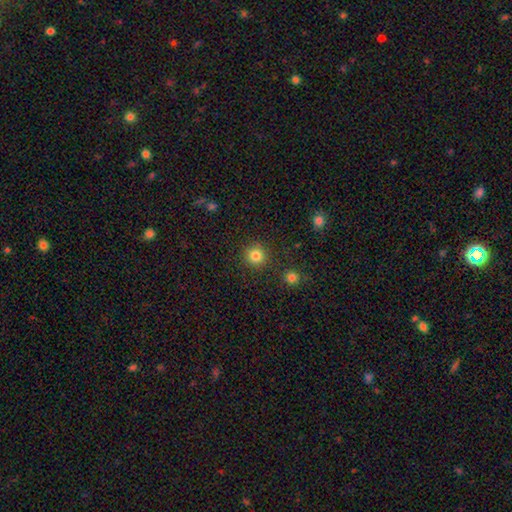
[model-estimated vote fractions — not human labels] smooth_or_featured: smooth (p=0.83) [alt: star or artifact p=0.12]
how_rounded: round (p=0.94) [alt: in between p=0.05]
merging: none (p=0.90) [alt: minor disturbance p=0.06]